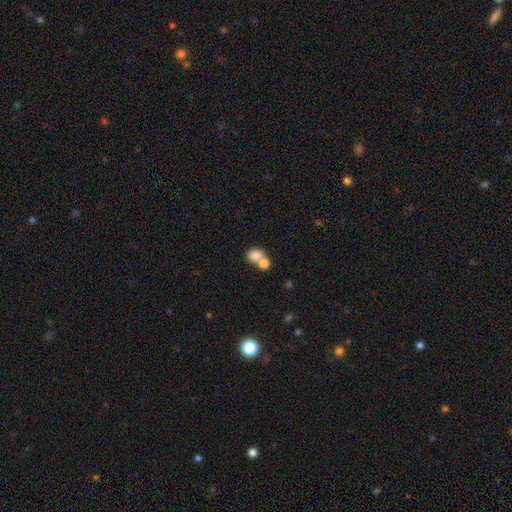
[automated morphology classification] This is likely a smooth galaxy (80%). How rounded: possibly round (54%). Merging: possibly merger (58%).